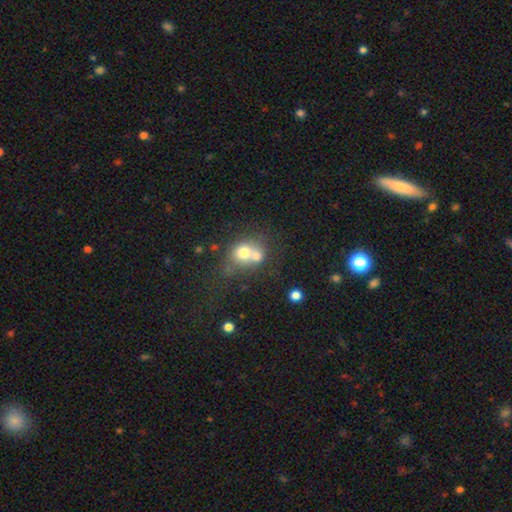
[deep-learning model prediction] Q: Smooth or featured?
A: smooth (67%); runner-up: featured or disk (22%)
Q: How rounded?
A: round (70%); runner-up: in between (29%)
Q: Merging?
A: merger (62%); runner-up: none (26%)